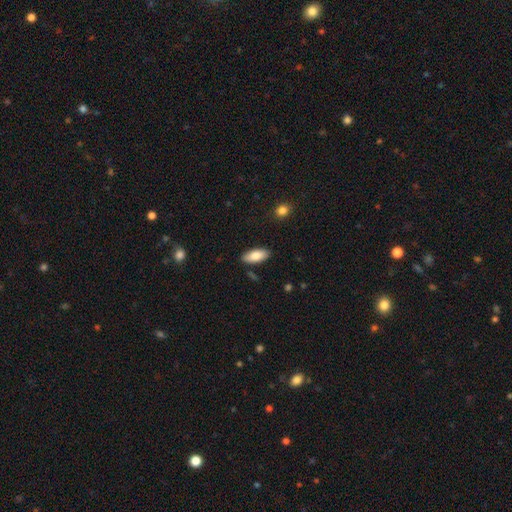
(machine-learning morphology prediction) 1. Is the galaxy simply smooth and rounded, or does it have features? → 84% smooth, 10% featured or disk, 6% star or artifact.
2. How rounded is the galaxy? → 84% in between, 14% cigar-shaped, 2% round.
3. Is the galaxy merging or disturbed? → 87% none, 10% minor disturbance, 2% major disturbance, 2% merger.